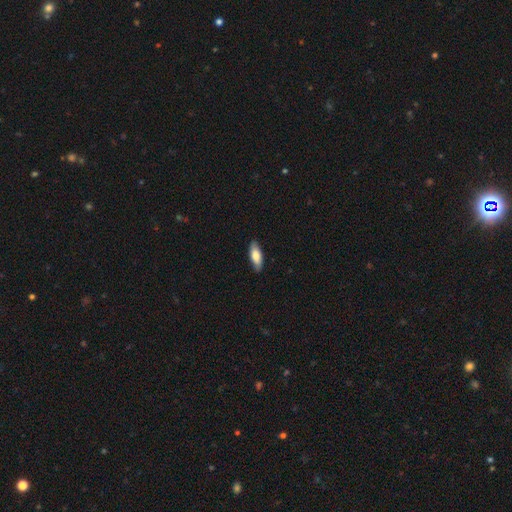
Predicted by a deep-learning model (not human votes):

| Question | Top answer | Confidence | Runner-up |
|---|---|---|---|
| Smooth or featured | smooth | 77% | featured or disk (18%) |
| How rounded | in between | 71% | cigar-shaped (27%) |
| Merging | none | 86% | minor disturbance (11%) |